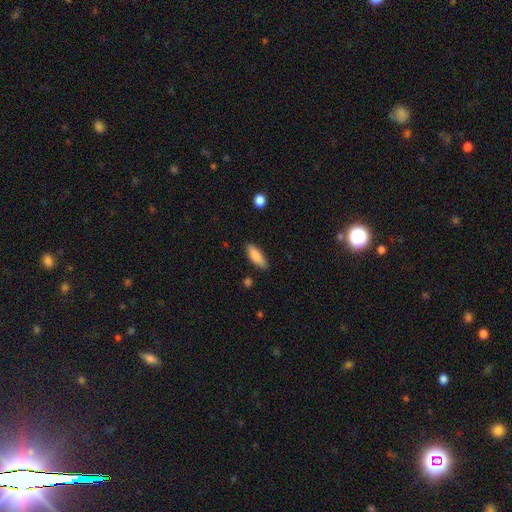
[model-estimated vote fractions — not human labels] Morphology: type=smooth (85%); roundness=in between (64%); merging=none (85%).